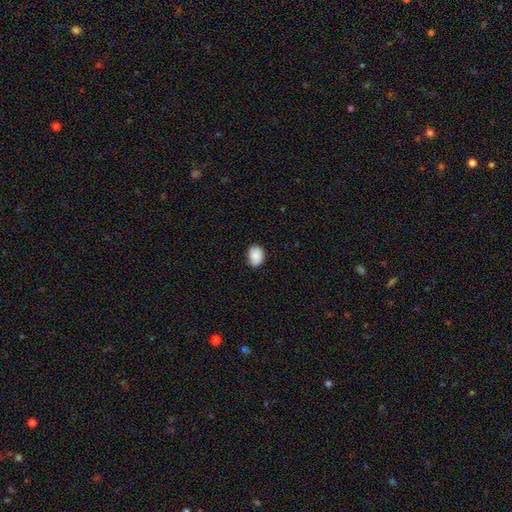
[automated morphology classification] Smooth or featured: smooth — 87% (star or artifact — 8%)
How rounded: in between — 62% (round — 37%)
Merging: none — 81% (minor disturbance — 15%)